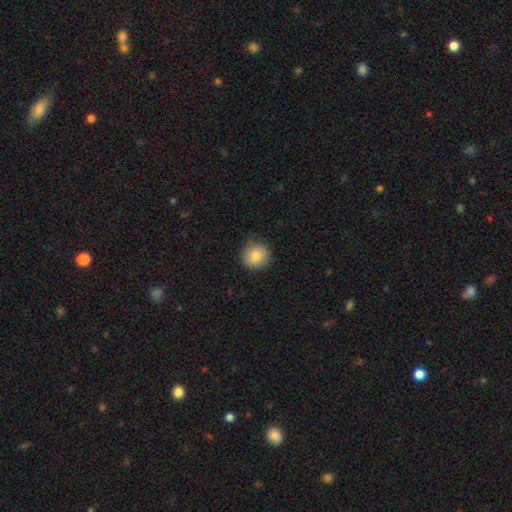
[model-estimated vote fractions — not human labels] Smooth or featured: smooth — 84% (star or artifact — 9%)
How rounded: round — 93% (in between — 6%)
Merging: none — 80% (minor disturbance — 15%)